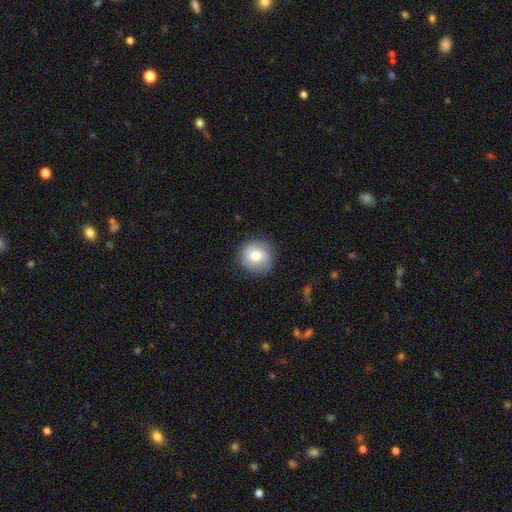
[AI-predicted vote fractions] smooth-or-featured: smooth: 69% | featured or disk: 23% | star or artifact: 8%
  how-rounded: round: 91% | in between: 8% | cigar-shaped: 1%
  merging: none: 83% | minor disturbance: 12% | major disturbance: 3% | merger: 1%